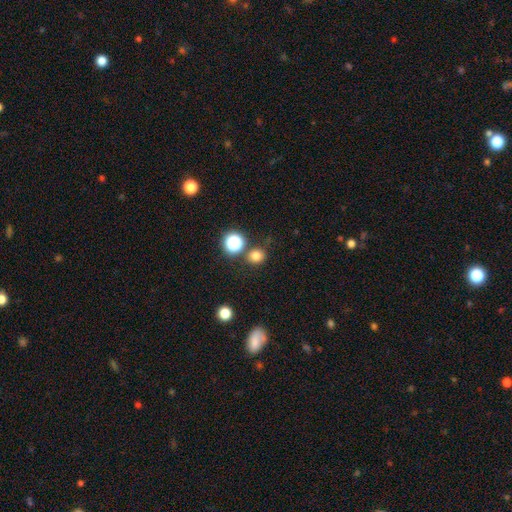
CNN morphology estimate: Smooth or featured?
  - smooth: 76% *
  - star or artifact: 18%
  - featured or disk: 6%
How rounded?
  - round: 84% *
  - in between: 15%
  - cigar-shaped: 1%
Merging?
  - none: 80% *
  - minor disturbance: 9%
  - merger: 8%
  - major disturbance: 3%